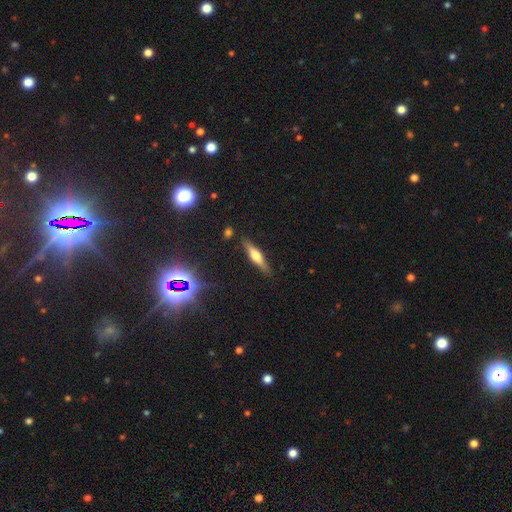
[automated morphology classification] type=featured or disk (50%); edge-on=yes (94%); merging=none (86%).